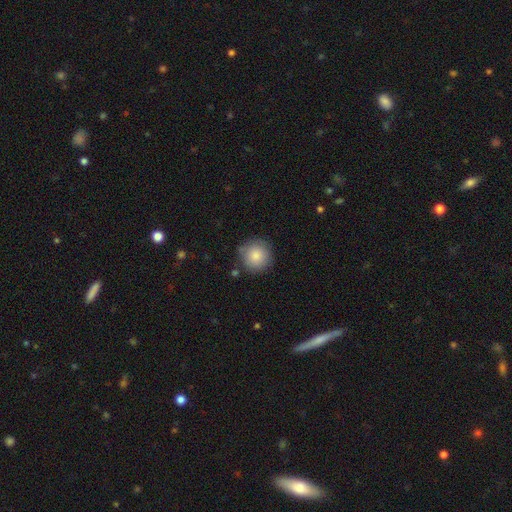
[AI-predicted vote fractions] Smooth or featured: smooth — 85% (star or artifact — 8%)
How rounded: round — 94% (in between — 5%)
Merging: none — 84% (minor disturbance — 11%)